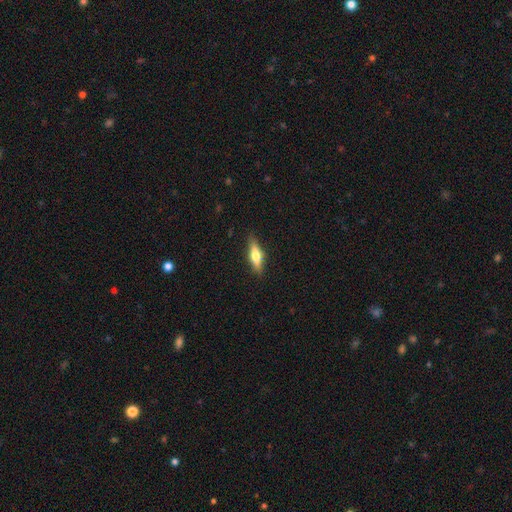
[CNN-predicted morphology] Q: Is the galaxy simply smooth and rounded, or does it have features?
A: smooth — 53%.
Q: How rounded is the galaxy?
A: cigar-shaped — 59%.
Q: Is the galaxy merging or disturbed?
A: none — 86%.